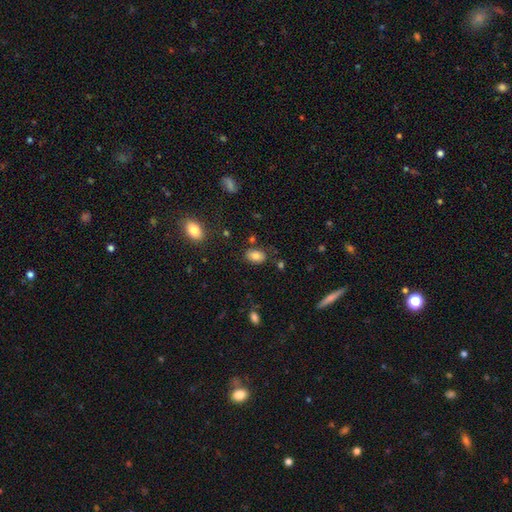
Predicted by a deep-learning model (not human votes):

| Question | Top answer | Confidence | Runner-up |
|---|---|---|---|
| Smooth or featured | smooth | 81% | star or artifact (10%) |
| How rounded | in between | 86% | round (13%) |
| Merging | none | 76% | minor disturbance (15%) |